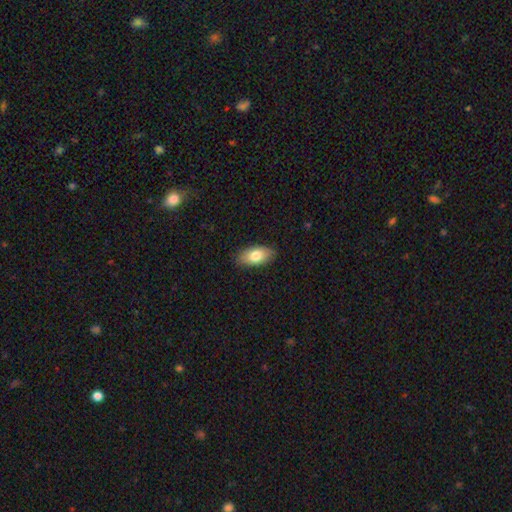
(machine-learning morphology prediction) A smooth galaxy with no disk features (78%) that is in between round and cigar-shaped (91%).

Vote fractions:
- Smooth or featured? smooth: 78% / featured or disk: 15% / star or artifact: 6%
- How rounded? in between: 91% / cigar-shaped: 5% / round: 4%
- Merging? none: 86% / minor disturbance: 11% / major disturbance: 2% / merger: 1%